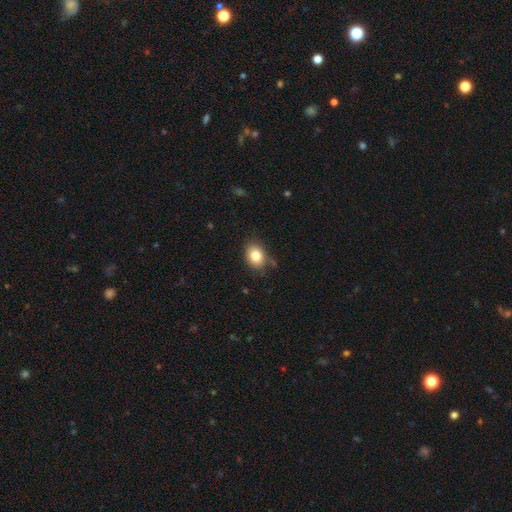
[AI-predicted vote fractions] Overall: smooth (82%). How rounded: in between (62%; round 37%). Merging: none (78%).